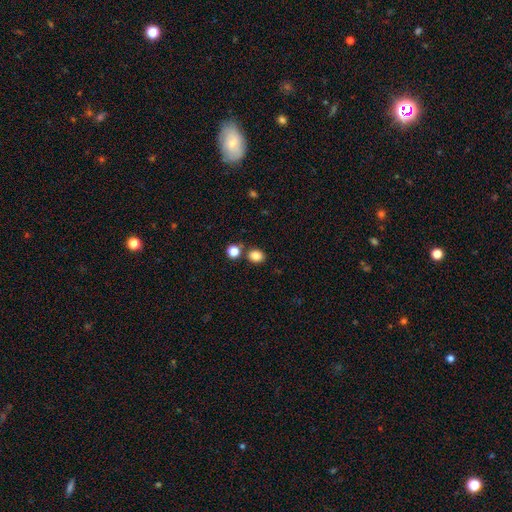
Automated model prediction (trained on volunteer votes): Smooth or featured: smooth — 84% (star or artifact — 12%)
How rounded: round — 58% (in between — 41%)
Merging: none — 76% (merger — 12%)